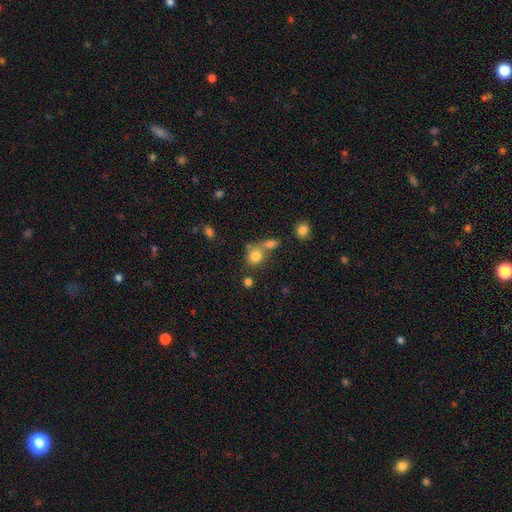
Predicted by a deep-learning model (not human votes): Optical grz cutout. It shows a smooth galaxy with no disk features (80%) that is round (68%). Merging: none (48%).